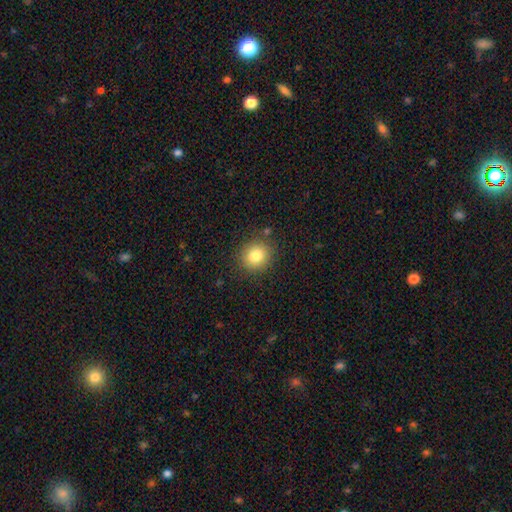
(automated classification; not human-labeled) Morphology: type=smooth (82%); roundness=round (81%); merging=none (87%).